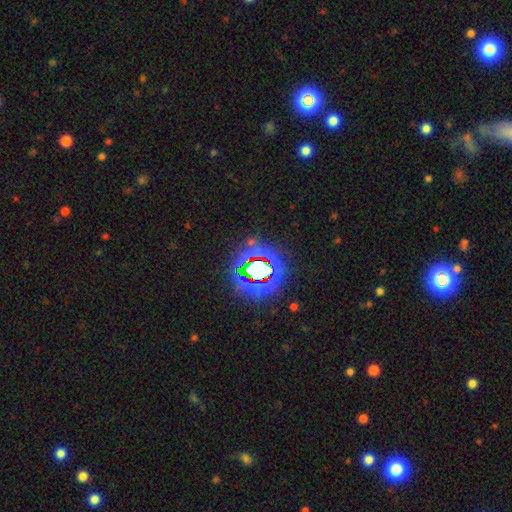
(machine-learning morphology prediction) The model was most divided on "smooth or featured": star or artifact: 79%, smooth: 12%, featured or disk: 8%.